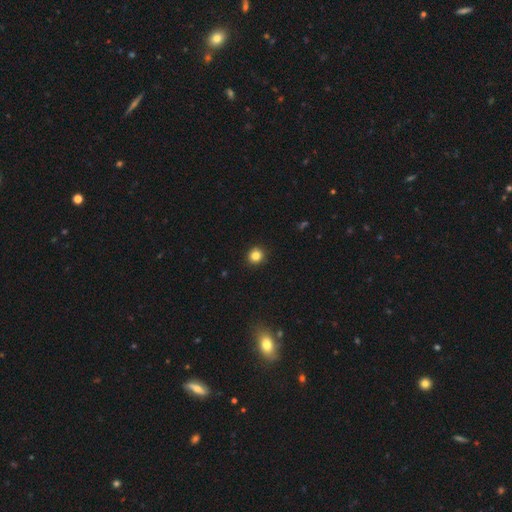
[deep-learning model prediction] Smooth or featured?
  - smooth: 84% *
  - star or artifact: 12%
  - featured or disk: 4%
How rounded?
  - round: 91% *
  - in between: 8%
  - cigar-shaped: 1%
Merging?
  - none: 92% *
  - minor disturbance: 5%
  - major disturbance: 2%
  - merger: 1%